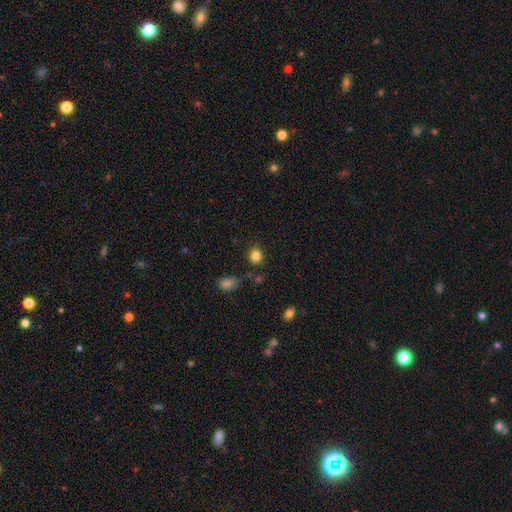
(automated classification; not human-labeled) Smooth or featured: smooth — 84% (star or artifact — 11%)
How rounded: round — 75% (in between — 24%)
Merging: none — 82% (minor disturbance — 11%)